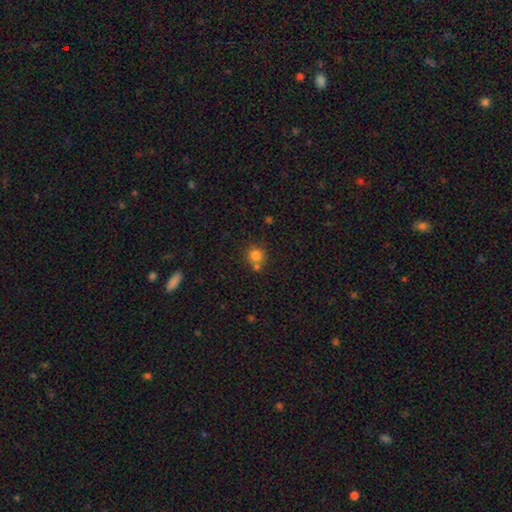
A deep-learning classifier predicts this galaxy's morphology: This is likely a smooth galaxy (80%). How rounded: clearly round (88%). Merging: likely none (62%).